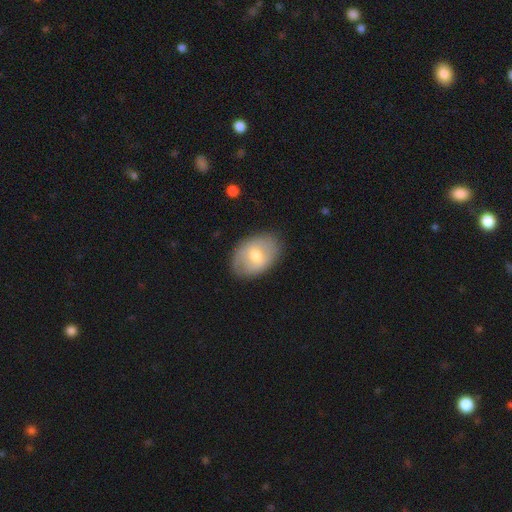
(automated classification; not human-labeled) smooth_or_featured: smooth (p=0.55) [alt: featured or disk p=0.38]
how_rounded: in between (p=0.82) [alt: round p=0.17]
merging: none (p=0.81) [alt: minor disturbance p=0.14]